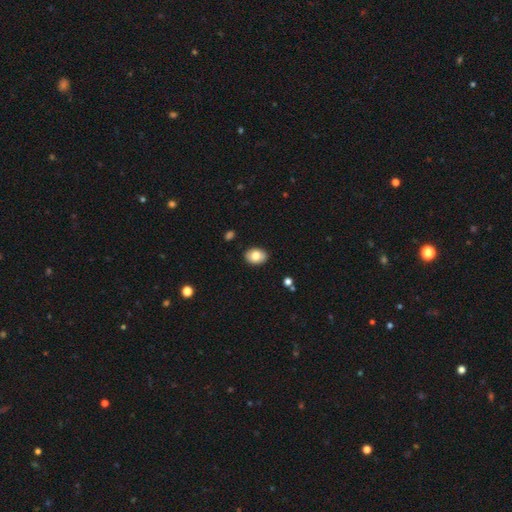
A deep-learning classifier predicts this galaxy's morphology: smooth_or_featured: smooth (p=0.77) [alt: featured or disk p=0.15]
how_rounded: in between (p=0.70) [alt: round p=0.29]
merging: none (p=0.87) [alt: minor disturbance p=0.10]